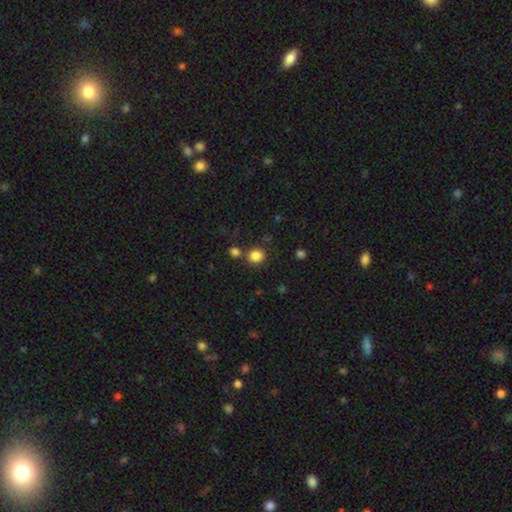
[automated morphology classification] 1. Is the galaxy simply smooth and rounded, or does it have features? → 85% smooth, 11% star or artifact, 4% featured or disk.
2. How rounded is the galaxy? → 85% round, 15% in between, 1% cigar-shaped.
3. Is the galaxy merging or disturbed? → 77% none, 11% merger, 8% minor disturbance, 3% major disturbance.